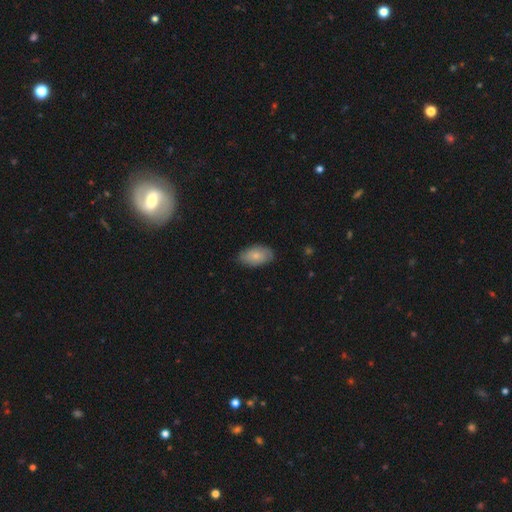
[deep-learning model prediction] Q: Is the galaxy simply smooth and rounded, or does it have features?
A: smooth — 72%.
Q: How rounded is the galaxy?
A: in between — 93%.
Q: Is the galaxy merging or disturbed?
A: none — 76%.